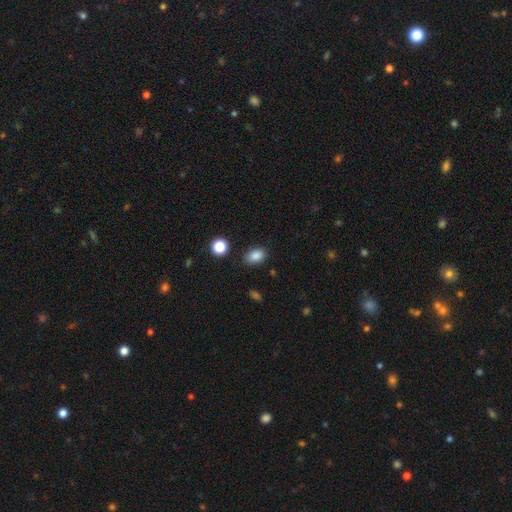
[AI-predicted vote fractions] Smooth or featured: smooth — 86% (star or artifact — 10%)
How rounded: in between — 78% (round — 21%)
Merging: none — 84% (minor disturbance — 11%)